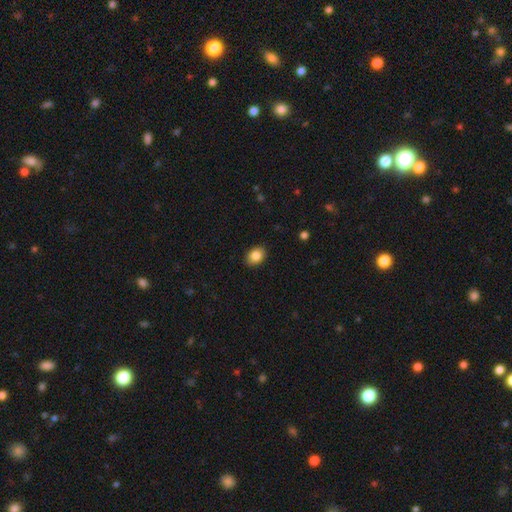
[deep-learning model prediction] This is clearly a smooth galaxy (86%). How rounded: likely in between (70%). Merging: clearly none (90%).